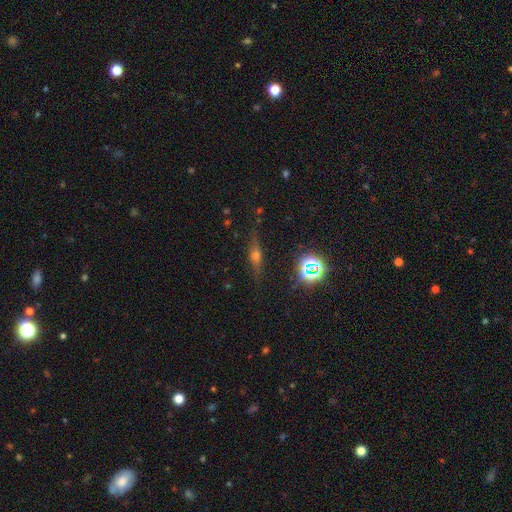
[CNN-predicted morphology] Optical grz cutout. It shows a featured or disk galaxy (53%) viewed edge-on (91%). Merging: none (83%).